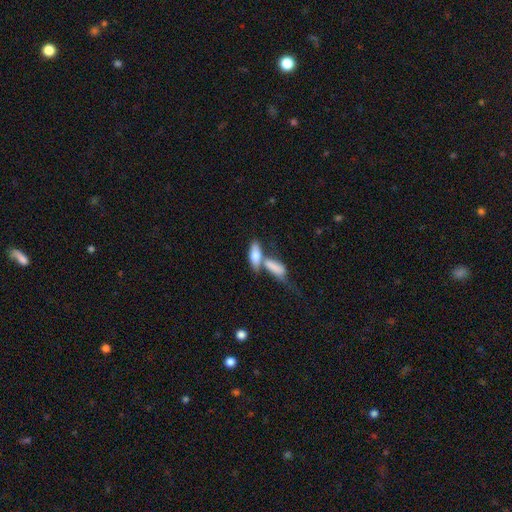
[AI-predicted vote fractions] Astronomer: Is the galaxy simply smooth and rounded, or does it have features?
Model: smooth — 69%.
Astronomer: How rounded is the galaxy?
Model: in between — 74%.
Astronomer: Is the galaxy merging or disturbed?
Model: merger — 61%.